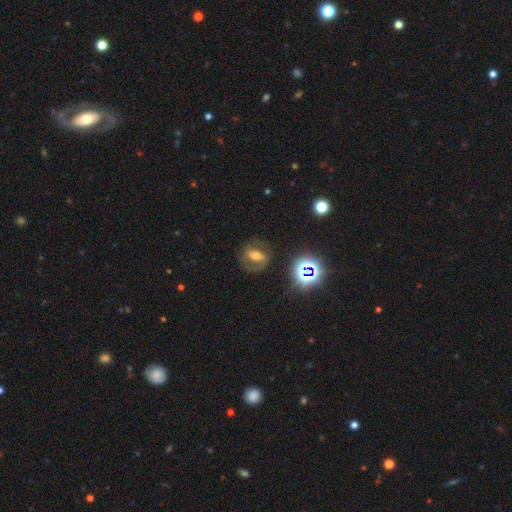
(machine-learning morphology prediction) A featured or disk galaxy (55%).

Vote fractions:
- Smooth or featured? featured or disk: 55% / smooth: 26% / star or artifact: 19%
- Edge-on disk? no: 90% / yes: 10%
- Merging? none: 72% / minor disturbance: 15% / major disturbance: 11% / merger: 2%